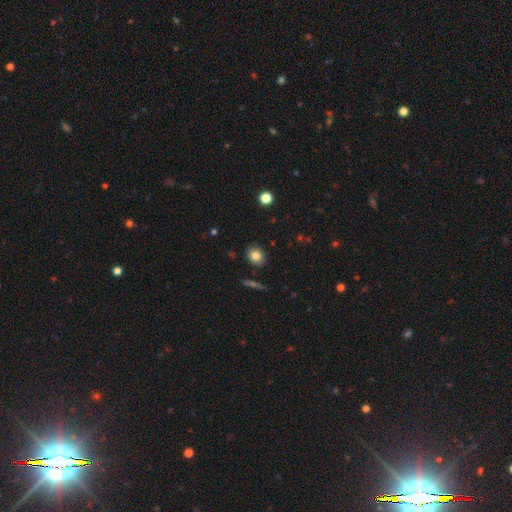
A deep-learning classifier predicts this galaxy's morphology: smooth 82%, star or artifact 10%, featured or disk 8%. Down the decision tree: how rounded — round (56%); merging — none (87%).